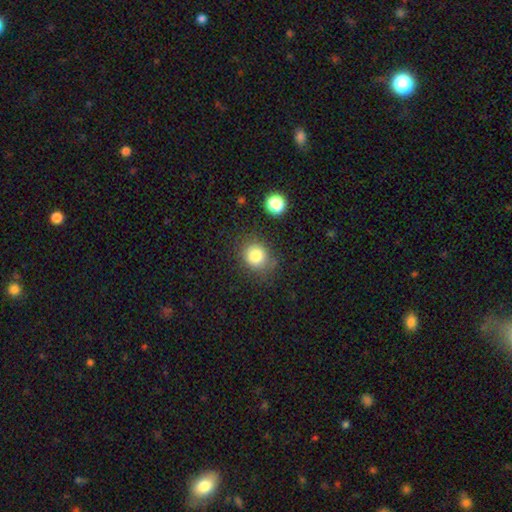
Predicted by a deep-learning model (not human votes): Smooth or featured: smooth — 82% (star or artifact — 11%)
How rounded: round — 75% (in between — 24%)
Merging: none — 75% (minor disturbance — 16%)